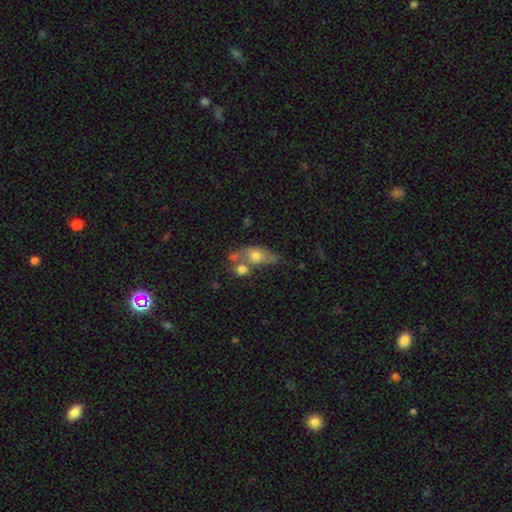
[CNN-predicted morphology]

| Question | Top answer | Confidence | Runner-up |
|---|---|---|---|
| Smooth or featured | smooth | 58% | featured or disk (32%) |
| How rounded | in between | 71% | round (20%) |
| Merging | merger | 44% | none (30%) |